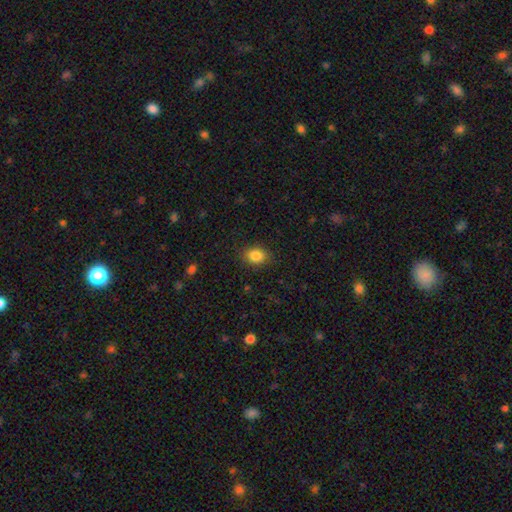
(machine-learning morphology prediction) type=smooth (85%); roundness=in between (60%); merging=none (87%).